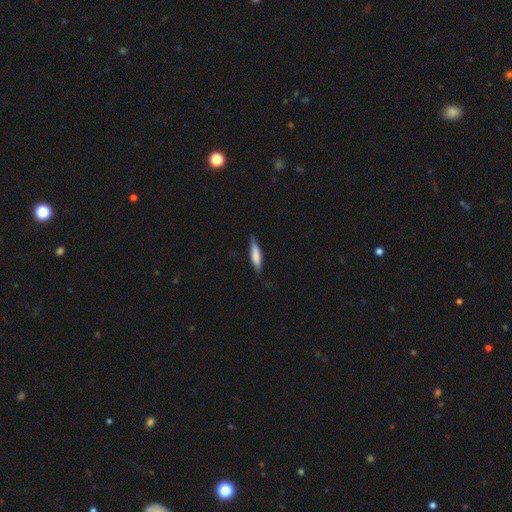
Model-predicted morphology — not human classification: smooth_or_featured: smooth (p=0.72) [alt: featured or disk p=0.23]
how_rounded: cigar-shaped (p=0.76) [alt: in between p=0.23]
merging: none (p=0.74) [alt: minor disturbance p=0.21]